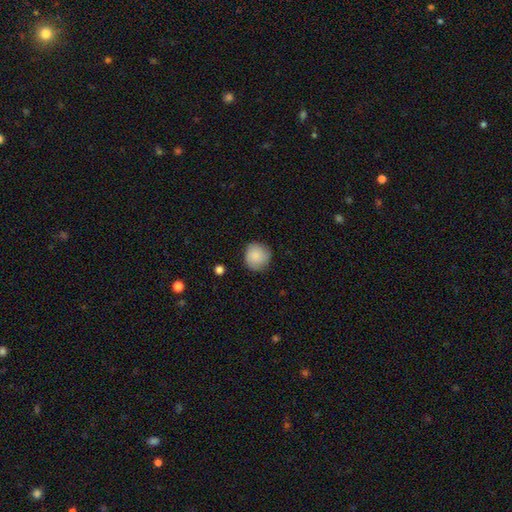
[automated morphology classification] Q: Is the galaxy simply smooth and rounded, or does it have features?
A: smooth — 84%.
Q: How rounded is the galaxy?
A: round — 91%.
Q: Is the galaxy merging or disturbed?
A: none — 81%.